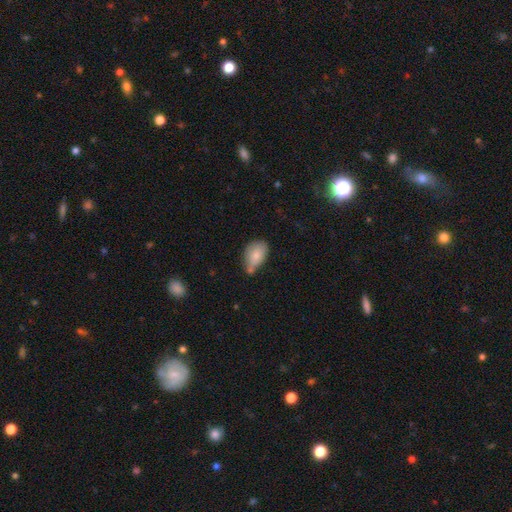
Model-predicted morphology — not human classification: Smooth or featured? Predicted: smooth (p=0.80). How rounded? Predicted: in between (p=0.88). Merging? Predicted: none (p=0.45).